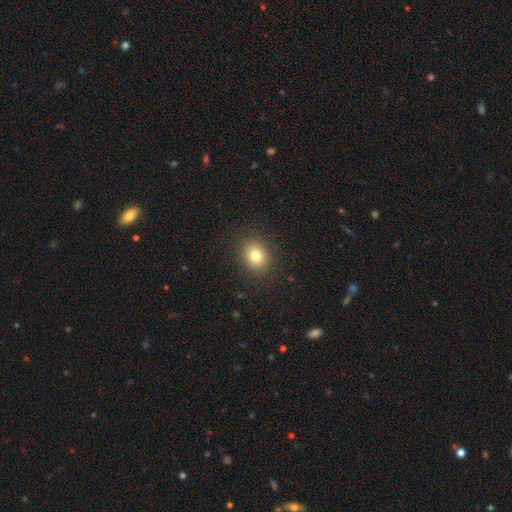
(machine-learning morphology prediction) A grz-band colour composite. It shows a smooth galaxy with no disk features (80%) that is round (63%). Merging: none (89%).